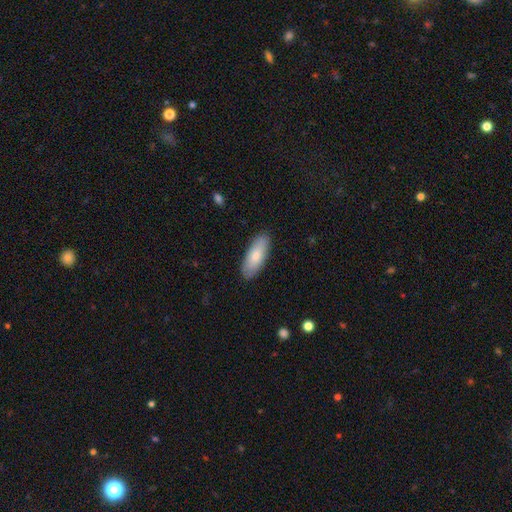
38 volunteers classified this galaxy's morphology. A smooth galaxy with no disk features (82%) that is in between round and cigar-shaped (61%).

Vote fractions:
- Smooth or featured? smooth: 82% / featured or disk: 11% / star or artifact: 8%
- How rounded? in between: 61% / cigar-shaped: 39% / round: 0%
- Merging? none: 89% / minor disturbance: 9% / major disturbance: 3% / merger: 0%